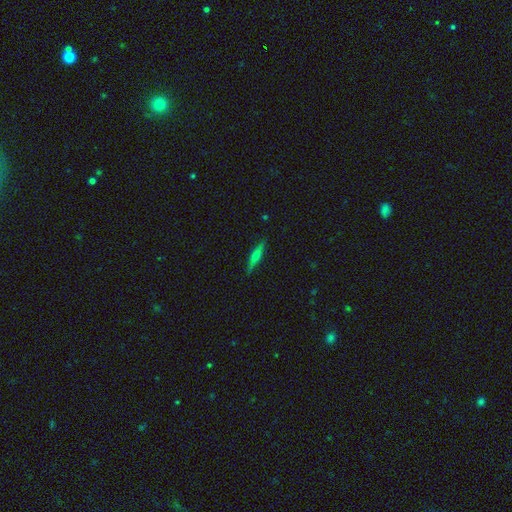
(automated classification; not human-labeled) Q: Smooth or featured?
A: featured or disk (58%); runner-up: smooth (35%)
Q: Edge-on disk?
A: yes (97%); runner-up: no (3%)
Q: Edge-on bulge?
A: rounded (82%); runner-up: none (9%)
Q: Merging?
A: none (88%); runner-up: minor disturbance (9%)